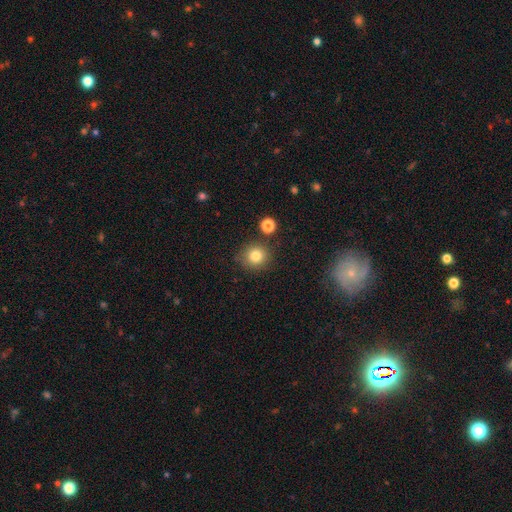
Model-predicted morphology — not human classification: Smooth or featured: smooth — 82% (star or artifact — 11%)
How rounded: round — 90% (in between — 9%)
Merging: none — 82% (minor disturbance — 10%)